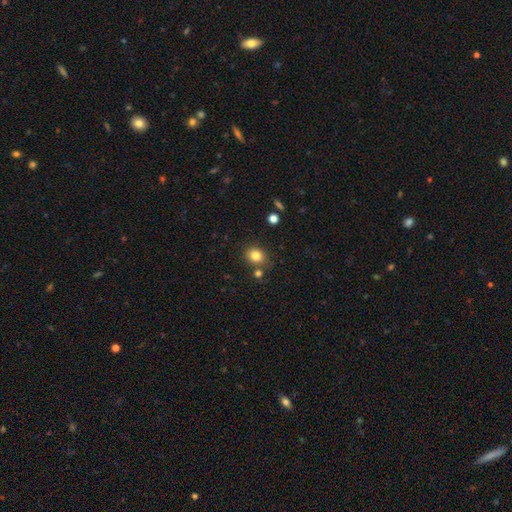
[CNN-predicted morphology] Smooth or featured?
  - smooth: 82% *
  - star or artifact: 12%
  - featured or disk: 6%
How rounded?
  - round: 65% *
  - in between: 34%
  - cigar-shaped: 1%
Merging?
  - none: 76% *
  - minor disturbance: 11%
  - merger: 10%
  - major disturbance: 3%